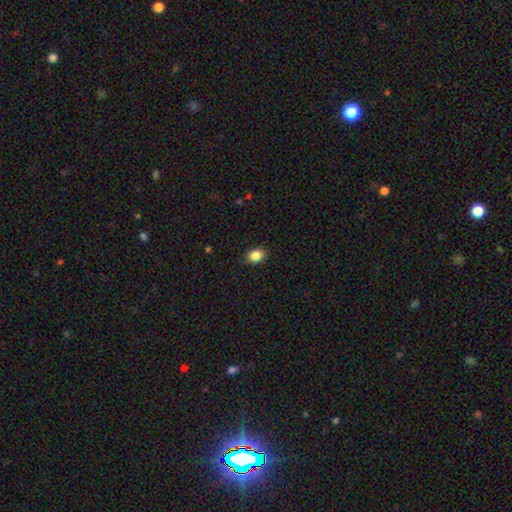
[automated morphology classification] Smooth or featured?
  - smooth: 87% *
  - star or artifact: 9%
  - featured or disk: 4%
How rounded?
  - in between: 71% *
  - round: 28%
  - cigar-shaped: 1%
Merging?
  - none: 88% *
  - minor disturbance: 9%
  - major disturbance: 2%
  - merger: 1%